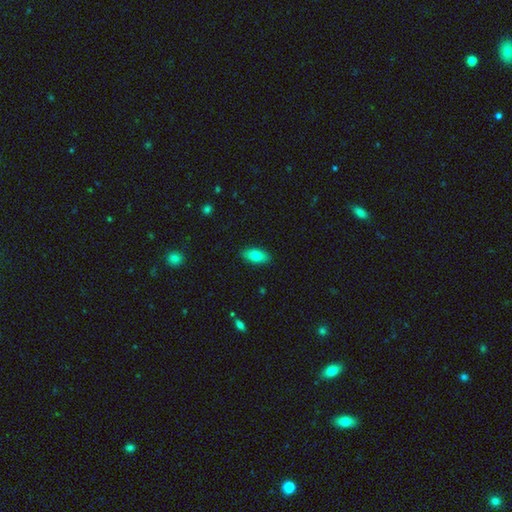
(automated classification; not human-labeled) smooth-or-featured: smooth: 76% | featured or disk: 17% | star or artifact: 7%
  how-rounded: in between: 87% | cigar-shaped: 9% | round: 4%
  merging: none: 88% | minor disturbance: 9% | major disturbance: 2% | merger: 1%